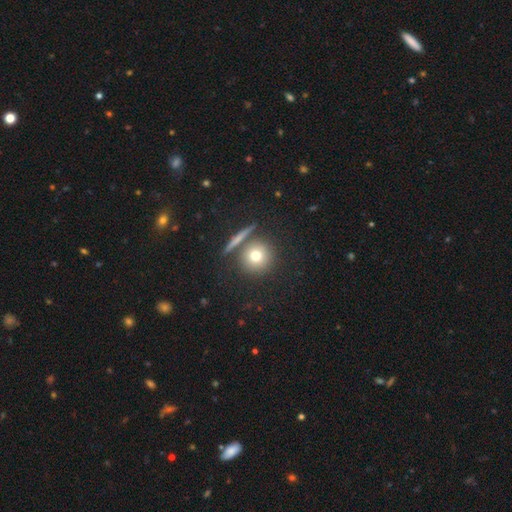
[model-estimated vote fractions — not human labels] A smooth galaxy with no disk features (72%) that is round (93%). Merging: none (76%).